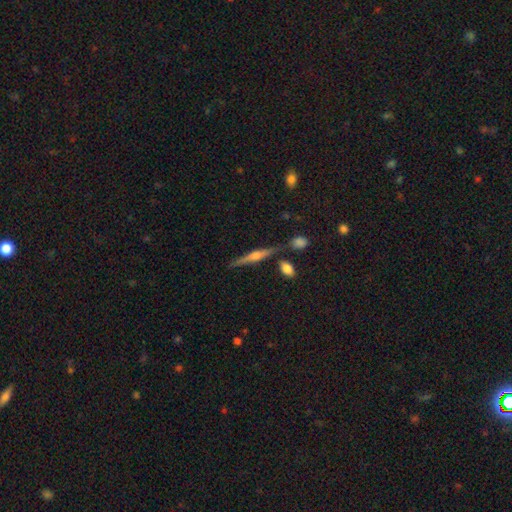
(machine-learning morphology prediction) This appears to be a featured or disk galaxy (73%) viewed edge-on (97%) with a rounded central bulge (88%). Merging: none (81%).